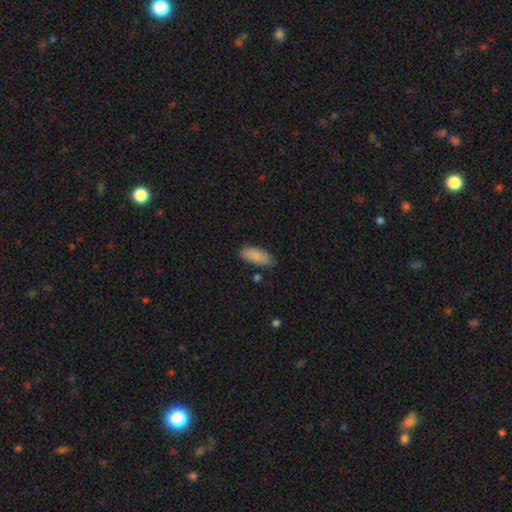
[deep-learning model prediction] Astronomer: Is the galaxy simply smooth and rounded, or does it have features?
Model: smooth — 87%.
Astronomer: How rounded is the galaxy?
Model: in between — 81%.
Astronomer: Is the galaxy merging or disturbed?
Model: none — 80%.